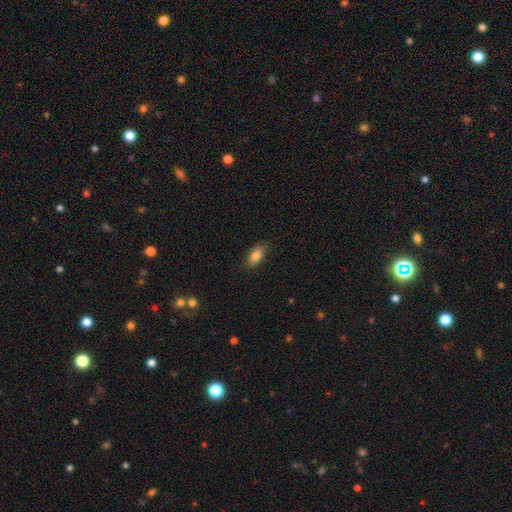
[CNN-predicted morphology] Q: Smooth or featured?
A: smooth (83%); runner-up: featured or disk (9%)
Q: How rounded?
A: in between (90%); runner-up: cigar-shaped (5%)
Q: Merging?
A: none (85%); runner-up: minor disturbance (12%)